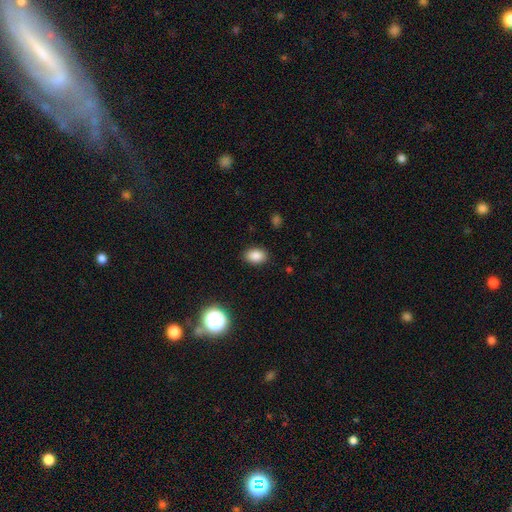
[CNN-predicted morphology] Overall: smooth (86%). How rounded: in between (81%). Merging: none (88%).